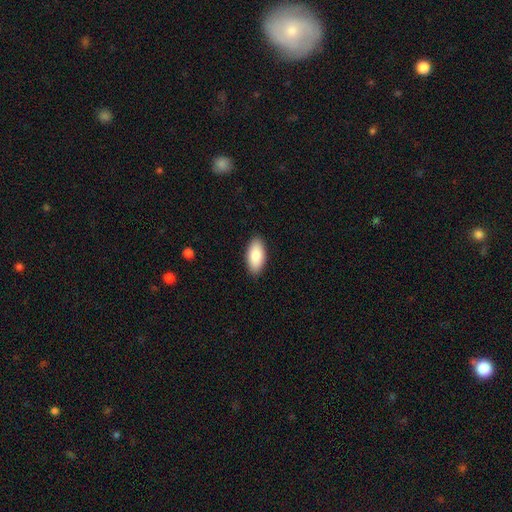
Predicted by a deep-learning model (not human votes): Smooth or featured: smooth — 86% (featured or disk — 8%)
How rounded: in between — 93% (cigar-shaped — 5%)
Merging: none — 90% (minor disturbance — 8%)